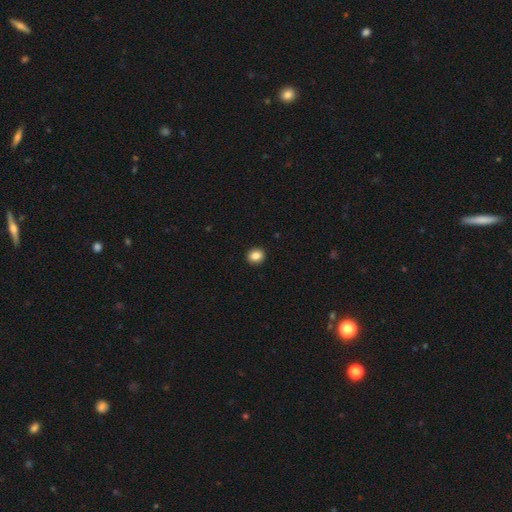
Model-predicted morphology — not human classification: A smooth galaxy with no disk features (86%) that is round (79%). Merging: none (92%).